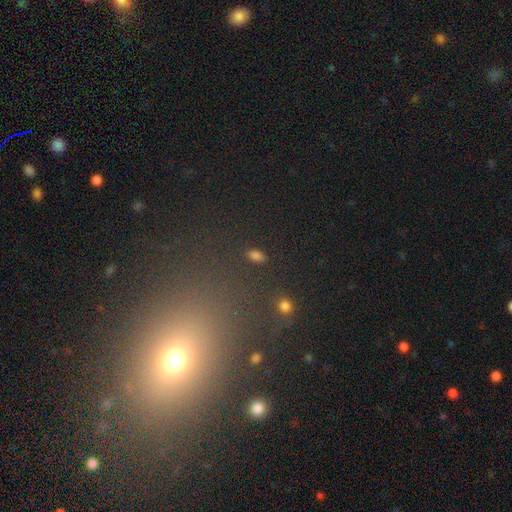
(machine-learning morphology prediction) smooth 75%, star or artifact 19%, featured or disk 6%. Down the decision tree: how rounded — in between (87%); merging — none (86%).